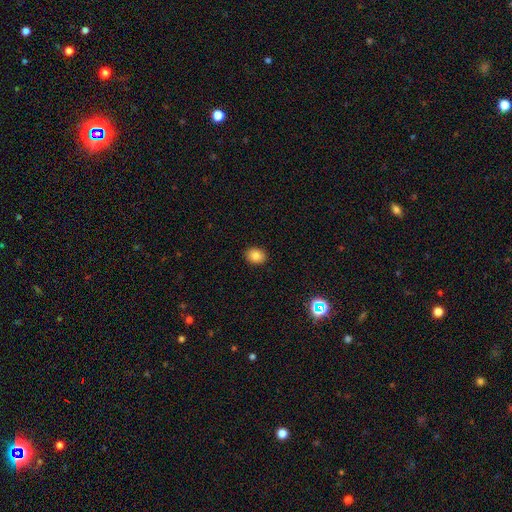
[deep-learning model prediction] Smooth or featured? smooth (84%)
How rounded? in between (50%)
Merging? none (91%)